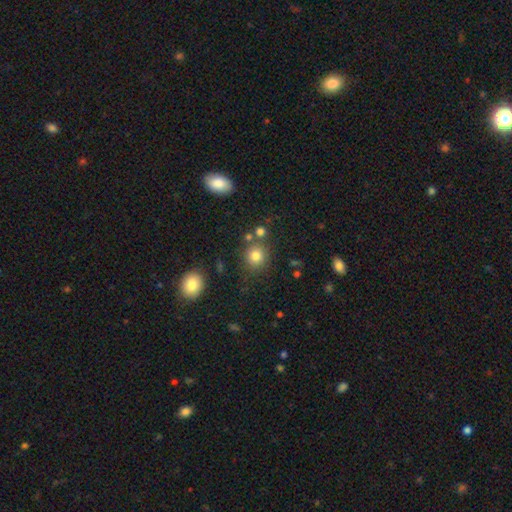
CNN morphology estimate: Overall: smooth (79%). How rounded: round (86%). Merging: none (76%).